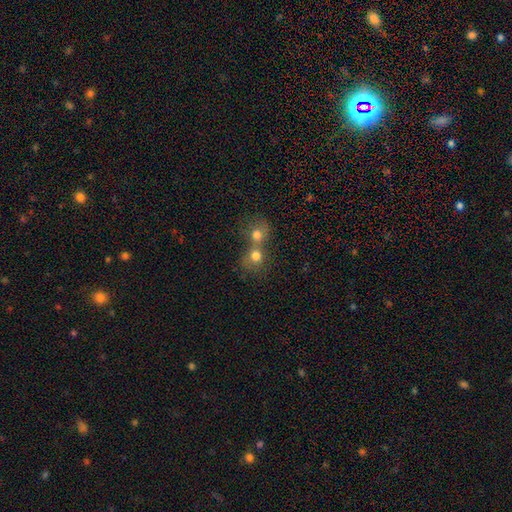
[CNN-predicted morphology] smooth-or-featured: smooth: 74% | featured or disk: 13% | star or artifact: 12%
  how-rounded: round: 79% | in between: 19% | cigar-shaped: 1%
  merging: merger: 64% | none: 27% | minor disturbance: 5% | major disturbance: 3%